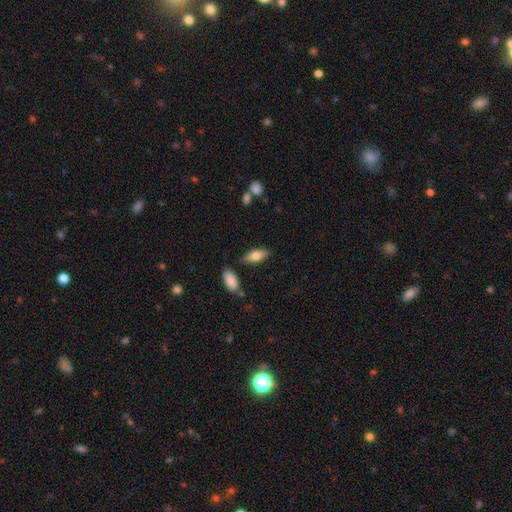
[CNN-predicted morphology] Smooth or featured: smooth — 75% (featured or disk — 19%)
How rounded: in between — 78% (cigar-shaped — 20%)
Merging: none — 81% (minor disturbance — 12%)